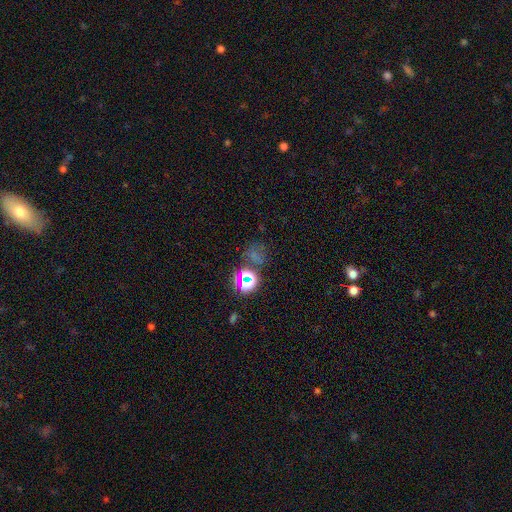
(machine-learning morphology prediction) This is possibly a star or artifact rather than a galaxy (52%).